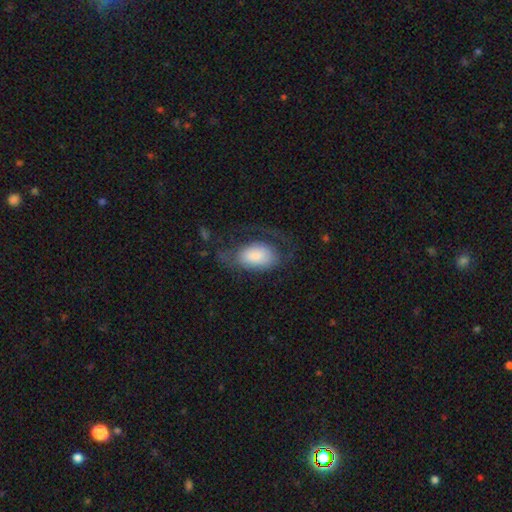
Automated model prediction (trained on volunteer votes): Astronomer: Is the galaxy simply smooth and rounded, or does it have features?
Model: smooth — 54% (runner-up: featured or disk, 39%).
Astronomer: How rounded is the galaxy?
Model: in between — 90%.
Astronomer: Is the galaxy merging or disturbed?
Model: major disturbance — 39%, tied with none at 39%.